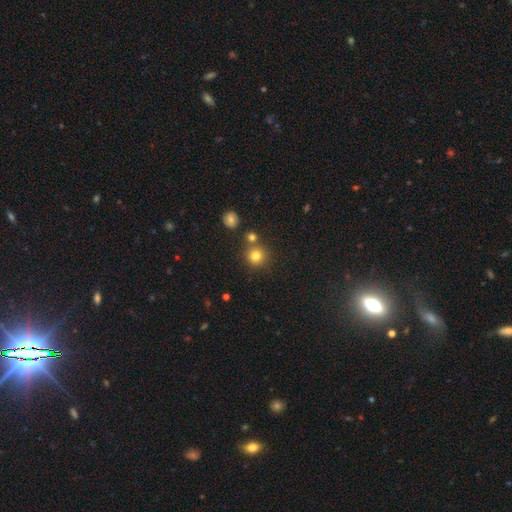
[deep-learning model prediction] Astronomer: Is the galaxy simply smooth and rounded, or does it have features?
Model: smooth — 79%.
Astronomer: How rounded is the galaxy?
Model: round — 93%.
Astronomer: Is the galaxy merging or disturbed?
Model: none — 77%.